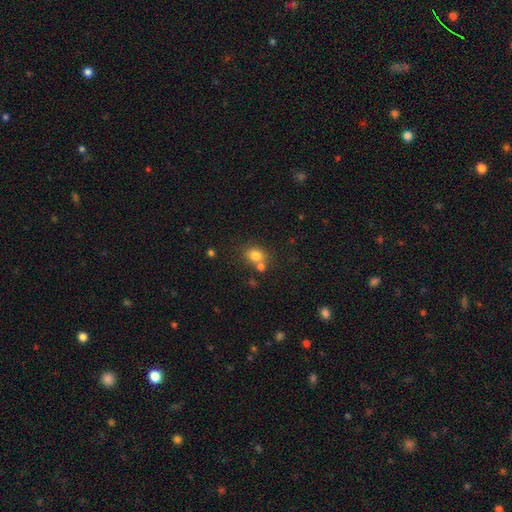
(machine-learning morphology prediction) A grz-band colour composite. It shows a smooth galaxy with no disk features (79%) that is round (61%). Merging: none (58%).